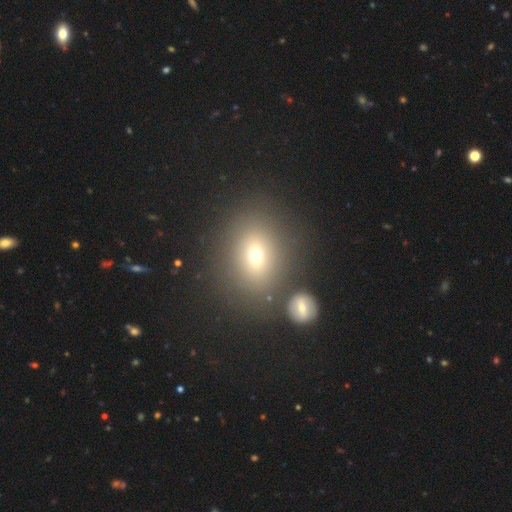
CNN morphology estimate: This appears to be a smooth galaxy with no disk features (61%) that is round (50%). Merging: none (76%).